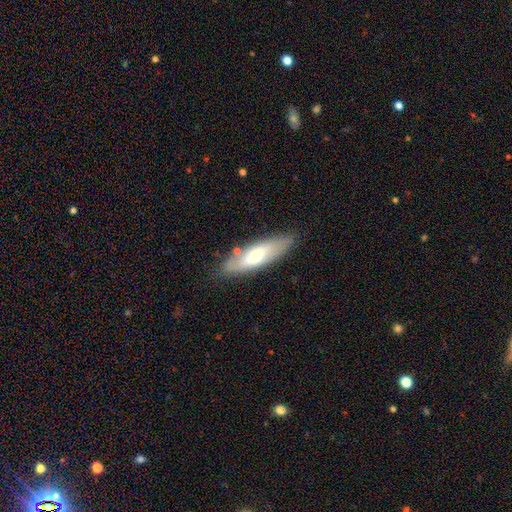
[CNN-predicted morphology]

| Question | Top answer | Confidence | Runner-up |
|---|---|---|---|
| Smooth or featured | smooth | 51% | featured or disk (43%) |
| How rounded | cigar-shaped | 52% | in between (46%) |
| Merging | none | 82% | minor disturbance (12%) |